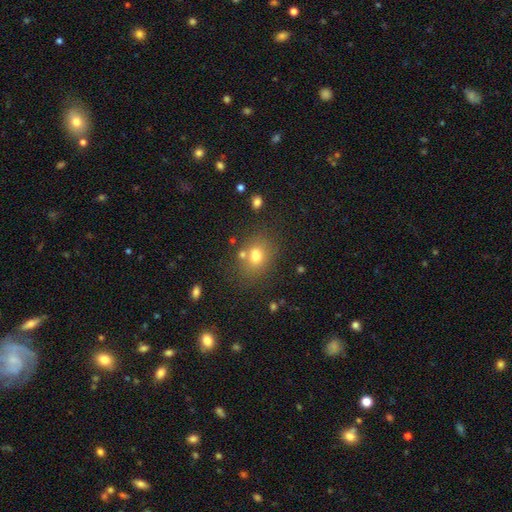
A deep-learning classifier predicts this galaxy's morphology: Smooth or featured? Predicted: smooth (p=0.71). How rounded? Predicted: round (p=0.52). Merging? Predicted: none (p=0.62).